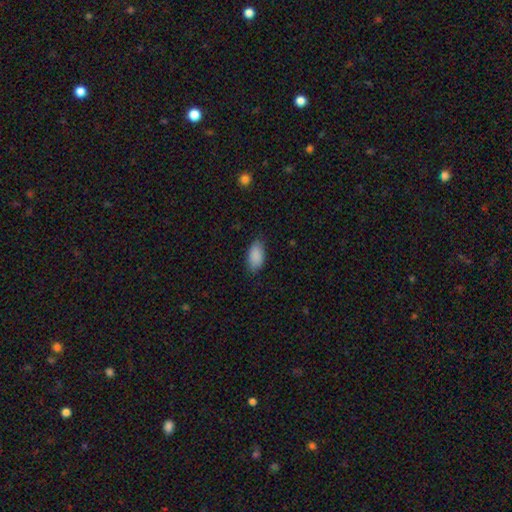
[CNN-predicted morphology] The model was most divided on "merging": none: 82%, minor disturbance: 14%, major disturbance: 3%, merger: 1%. More confident: how rounded — in between (94%); smooth or featured — smooth (89%).